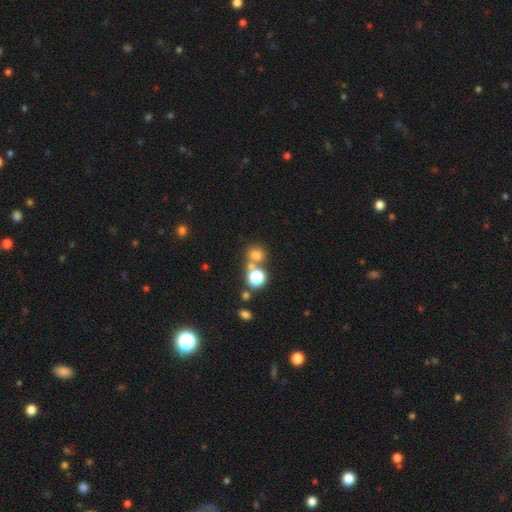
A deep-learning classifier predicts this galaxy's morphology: Smooth or featured? smooth (69%)
How rounded? round (76%)
Merging? none (58%)